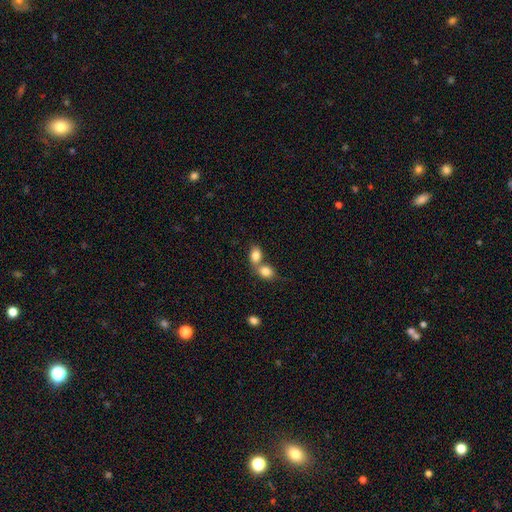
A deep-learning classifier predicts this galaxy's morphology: This appears to be a smooth galaxy with no disk features (83%) that is in between round and cigar-shaped (76%). Merging: merger (61%).